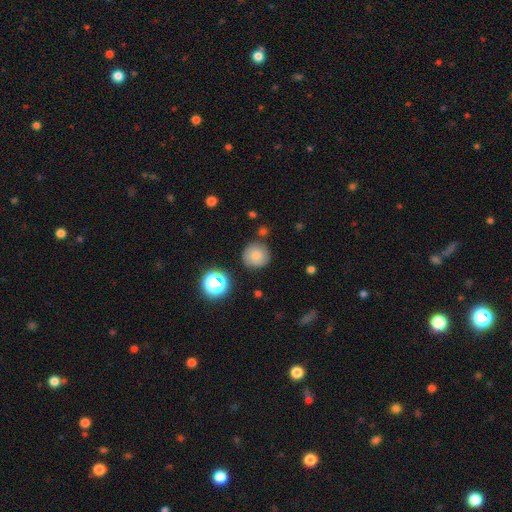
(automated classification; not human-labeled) Q: Smooth or featured?
A: smooth (76%); runner-up: star or artifact (13%)
Q: How rounded?
A: round (94%); runner-up: in between (5%)
Q: Merging?
A: none (82%); runner-up: minor disturbance (11%)